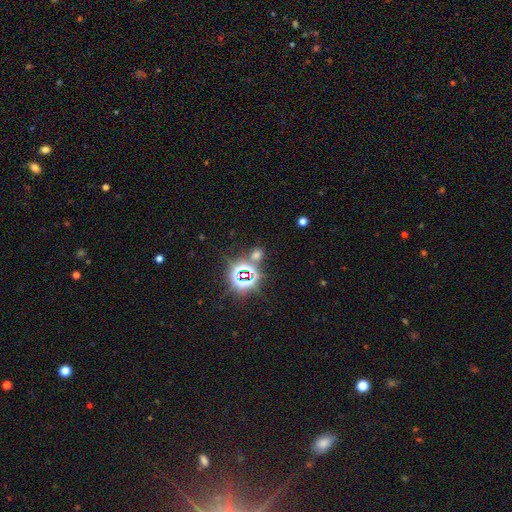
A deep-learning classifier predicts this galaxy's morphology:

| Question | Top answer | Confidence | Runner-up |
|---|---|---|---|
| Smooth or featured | star or artifact | 55% | smooth (38%) |